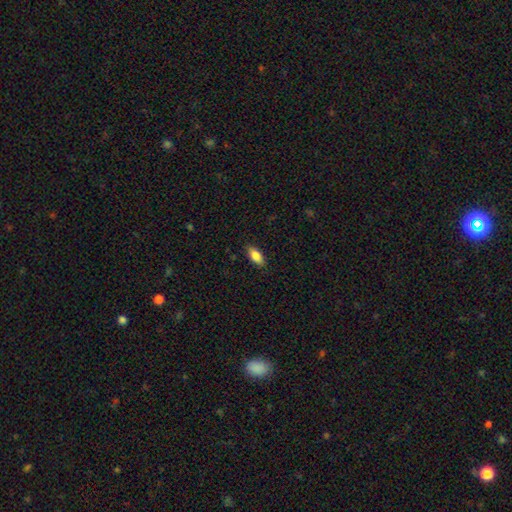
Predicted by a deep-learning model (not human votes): The model was most divided on "how rounded": in between: 86%, cigar-shaped: 12%, round: 3%. More confident: merging — none (87%); smooth or featured — smooth (85%).